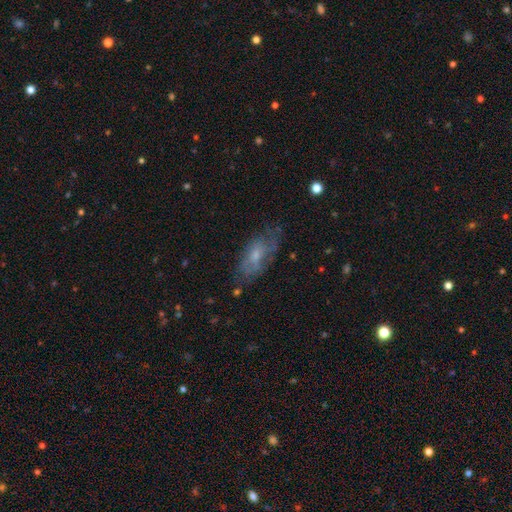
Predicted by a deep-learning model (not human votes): smooth_or_featured: featured or disk (p=0.49) [alt: smooth p=0.42]
merging: none (p=0.60) [alt: minor disturbance p=0.25]